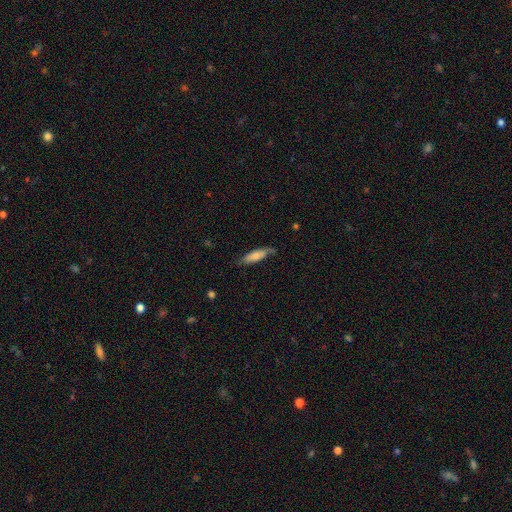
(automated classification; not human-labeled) Morphology: type=smooth (66%); roundness=cigar-shaped (51%); merging=none (64%).